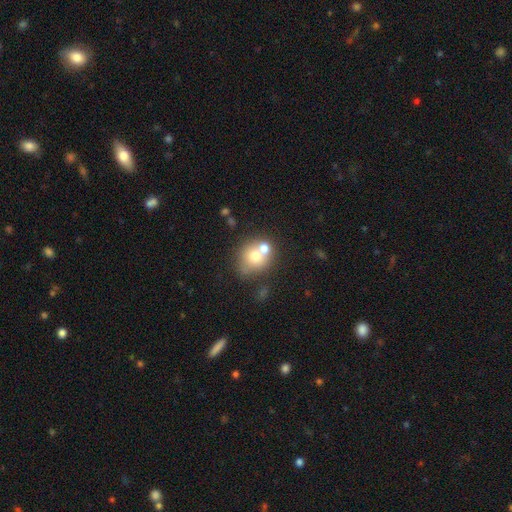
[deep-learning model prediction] A smooth galaxy with no disk features (67%) that is round (69%).

Vote fractions:
- Smooth or featured? smooth: 67% / featured or disk: 22% / star or artifact: 11%
- How rounded? round: 69% / in between: 30% / cigar-shaped: 1%
- Merging? merger: 43% / none: 41% / minor disturbance: 11% / major disturbance: 5%